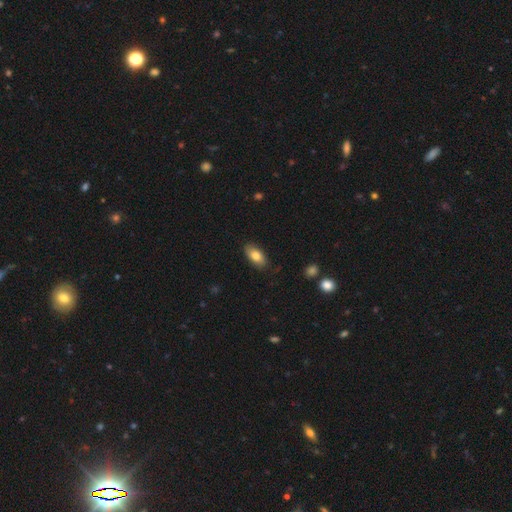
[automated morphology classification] Smooth or featured: smooth — 80% (featured or disk — 14%)
How rounded: in between — 92% (cigar-shaped — 5%)
Merging: none — 84% (minor disturbance — 13%)